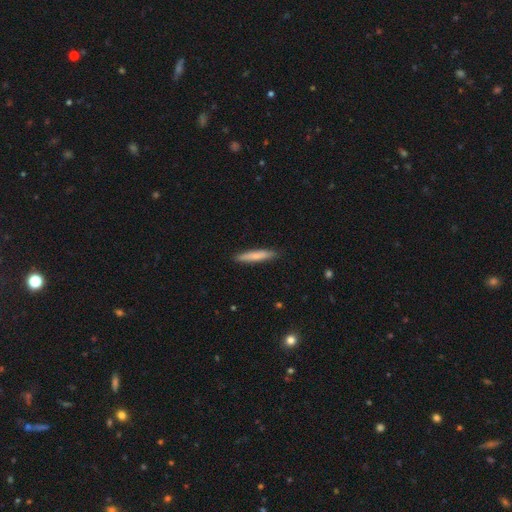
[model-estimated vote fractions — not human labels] smooth_or_featured: smooth (p=0.75) [alt: featured or disk p=0.20]
how_rounded: cigar-shaped (p=0.93) [alt: in between p=0.06]
merging: none (p=0.90) [alt: minor disturbance p=0.07]